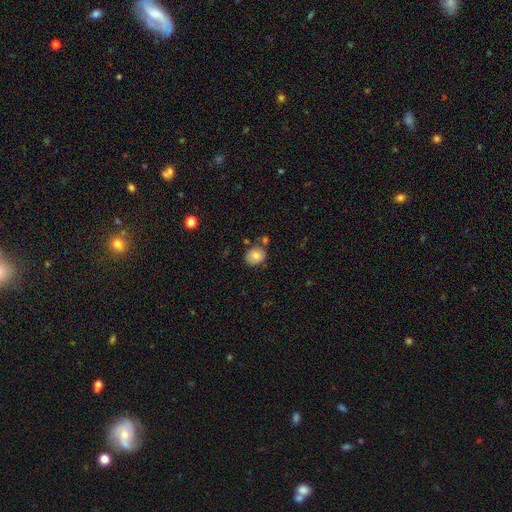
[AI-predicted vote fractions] A smooth galaxy with no disk features (78%) that is round (64%).

Vote fractions:
- Smooth or featured? smooth: 78% / featured or disk: 12% / star or artifact: 9%
- How rounded? round: 64% / in between: 35% / cigar-shaped: 1%
- Merging? none: 70% / minor disturbance: 15% / merger: 11% / major disturbance: 3%